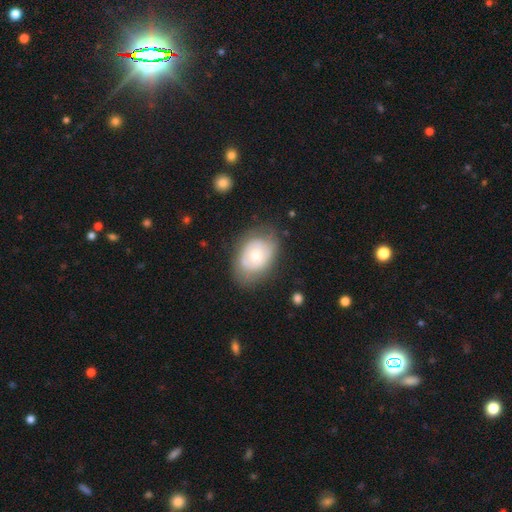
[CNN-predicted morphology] Smooth or featured?
  - featured or disk: 51% *
  - smooth: 42%
  - star or artifact: 6%
Edge-on disk?
  - no: 95% *
  - yes: 5%
Merging?
  - none: 65% *
  - minor disturbance: 24%
  - major disturbance: 9%
  - merger: 2%